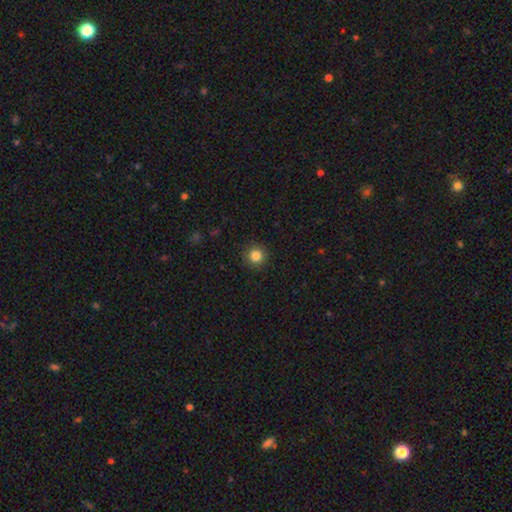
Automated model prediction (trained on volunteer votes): Smooth or featured?
  - smooth: 84% *
  - star or artifact: 11%
  - featured or disk: 5%
How rounded?
  - round: 95% *
  - in between: 4%
  - cigar-shaped: 1%
Merging?
  - none: 91% *
  - minor disturbance: 6%
  - major disturbance: 2%
  - merger: 1%